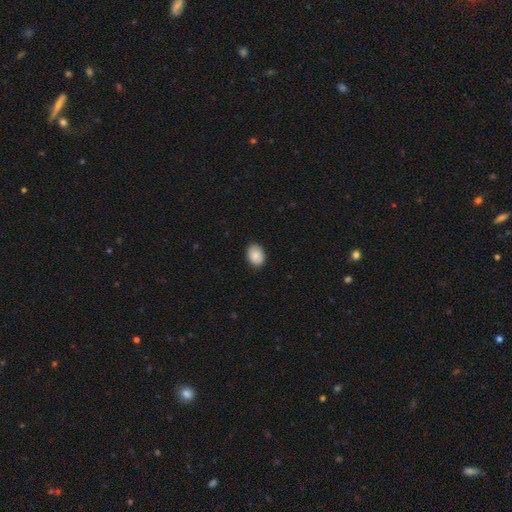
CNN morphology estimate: A smooth galaxy with no disk features (88%) that is in between round and cigar-shaped (72%). Merging: none (88%).